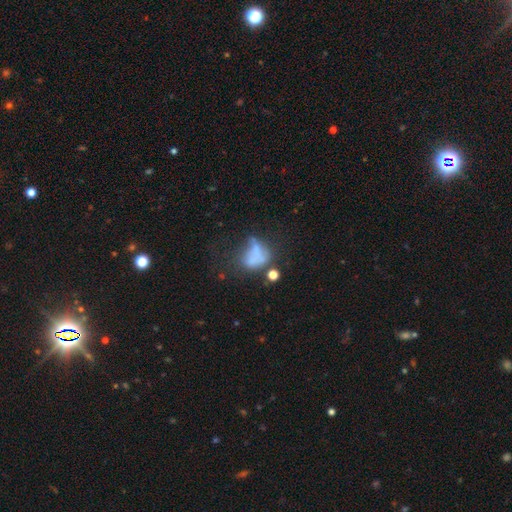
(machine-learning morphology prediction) This appears to be a smooth galaxy with no disk features (52%) that is in between round and cigar-shaped (68%). Merging: major disturbance (39%).